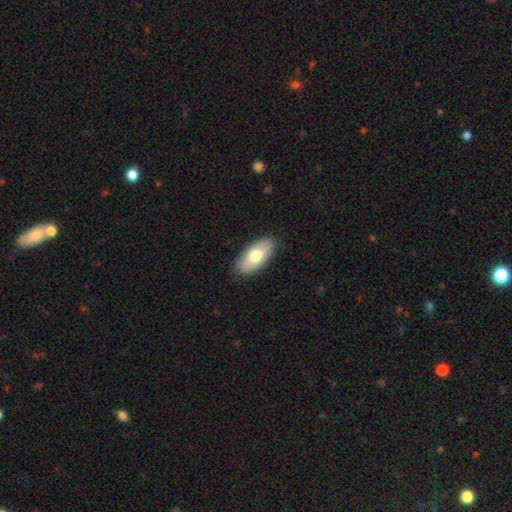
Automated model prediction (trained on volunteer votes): Smooth or featured? Predicted: smooth (p=0.72). How rounded? Predicted: in between (p=0.92). Merging? Predicted: none (p=0.87).